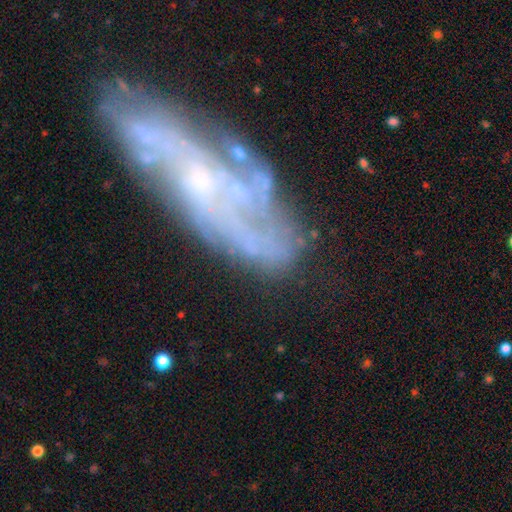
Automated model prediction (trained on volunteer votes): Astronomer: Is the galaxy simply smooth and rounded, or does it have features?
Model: featured or disk — 56%.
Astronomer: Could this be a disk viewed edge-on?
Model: no — 89%.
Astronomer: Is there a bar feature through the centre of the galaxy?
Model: no — 77%.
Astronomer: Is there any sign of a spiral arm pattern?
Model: no — 54% (runner-up: yes, 46%).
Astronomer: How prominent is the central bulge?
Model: none — 36% (runner-up: small, 33%).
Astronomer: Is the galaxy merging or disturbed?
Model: none — 46% (runner-up: major disturbance, 21%).